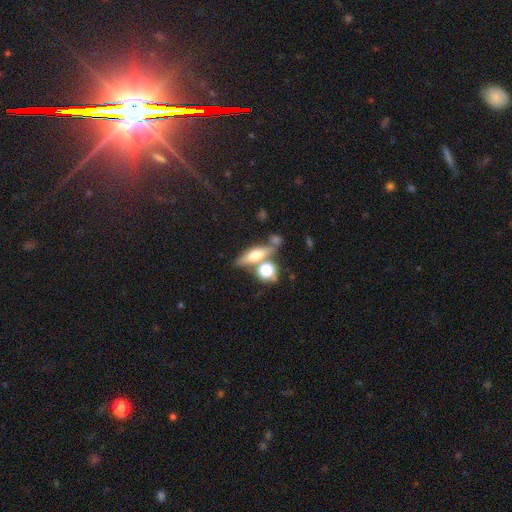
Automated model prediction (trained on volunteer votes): Q: Smooth or featured?
A: smooth (45%); runner-up: featured or disk (44%)
Q: Merging?
A: none (64%); runner-up: merger (20%)